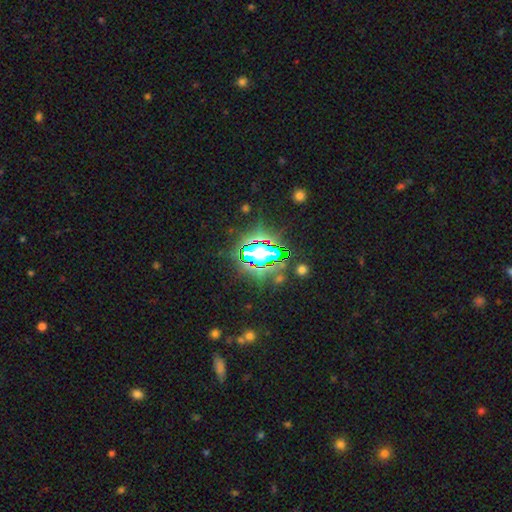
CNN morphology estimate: smooth-or-featured: star or artifact: 70% | smooth: 19% | featured or disk: 12%